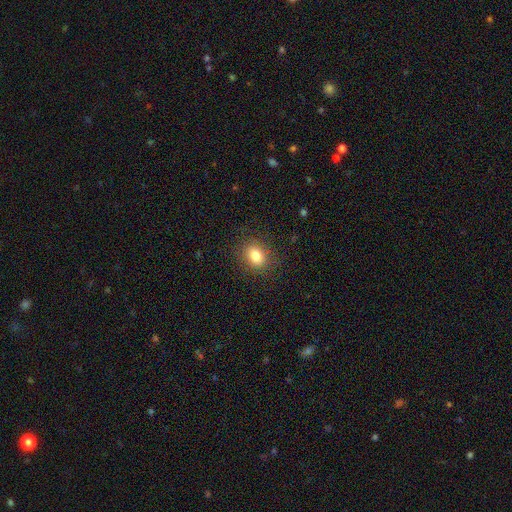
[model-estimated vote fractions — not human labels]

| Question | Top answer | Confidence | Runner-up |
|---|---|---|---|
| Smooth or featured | smooth | 81% | star or artifact (11%) |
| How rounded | in between | 54% | round (45%) |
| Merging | none | 86% | minor disturbance (10%) |